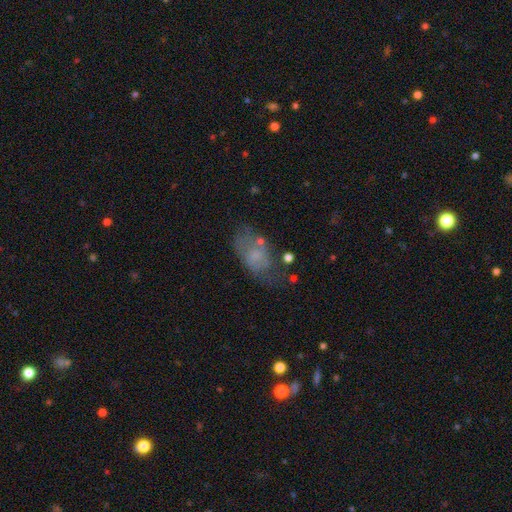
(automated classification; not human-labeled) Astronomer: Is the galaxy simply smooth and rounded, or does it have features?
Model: smooth — 53% (runner-up: featured or disk, 36%).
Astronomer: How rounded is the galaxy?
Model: in between — 89%.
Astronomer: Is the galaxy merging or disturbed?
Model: none — 44% (runner-up: minor disturbance, 27%).